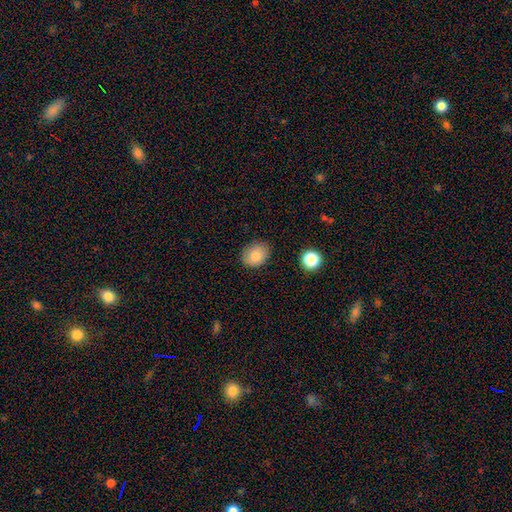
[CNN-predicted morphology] A smooth galaxy with no disk features (84%) that is in between round and cigar-shaped (56%). Merging: none (83%).